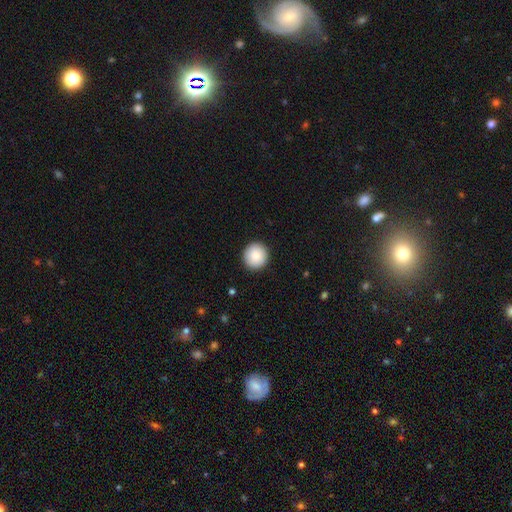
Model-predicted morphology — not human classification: smooth 84%, featured or disk 9%, star or artifact 7%. Down the decision tree: how rounded — round (94%); merging — none (92%).